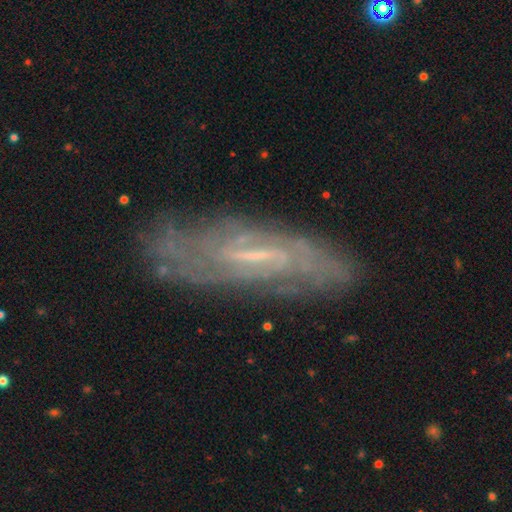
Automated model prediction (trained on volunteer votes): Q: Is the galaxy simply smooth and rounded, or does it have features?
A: featured or disk — 76%.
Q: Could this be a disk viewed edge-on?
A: no — 77%.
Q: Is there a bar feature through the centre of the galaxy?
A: weak — 50%.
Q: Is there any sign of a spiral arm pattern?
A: yes — 82%.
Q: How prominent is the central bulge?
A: small — 59%.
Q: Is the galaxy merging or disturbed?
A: none — 78%.